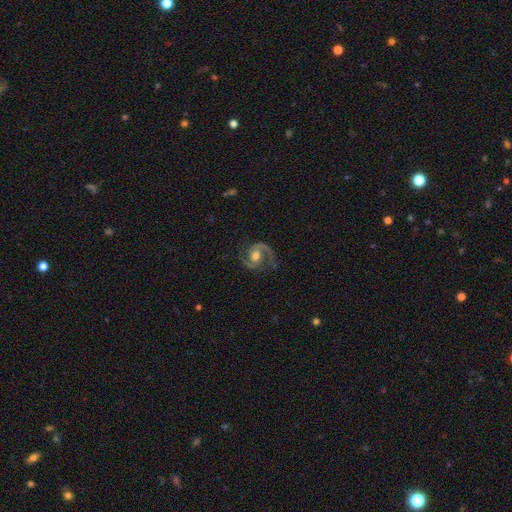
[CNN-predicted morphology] Smooth or featured?
  - featured or disk: 91% *
  - star or artifact: 4%
  - smooth: 4%
Edge-on disk?
  - no: 98% *
  - yes: 2%
Bar?
  - no: 58% *
  - weak: 33%
  - strong: 9%
Spiral arms?
  - yes: 98% *
  - no: 2%
Spiral winding?
  - medium: 62% *
  - tight: 20%
  - loose: 18%
Spiral arm count?
  - 2: 93% *
  - 1: 3%
  - can't tell: 2%
  - 3: 1%
  - 4: 1%
  - more than 4: 1%
Bulge size?
  - moderate: 68% *
  - large: 15%
  - small: 13%
  - none: 2%
  - dominant: 1%
Merging?
  - none: 76% *
  - minor disturbance: 15%
  - major disturbance: 7%
  - merger: 1%